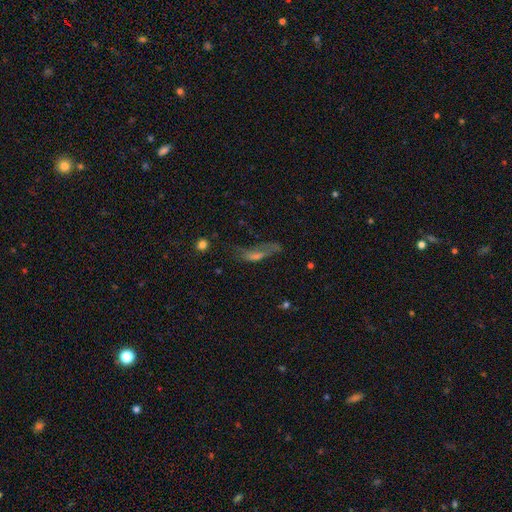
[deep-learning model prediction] Morphology: type=smooth (44%); merging=none (37%).